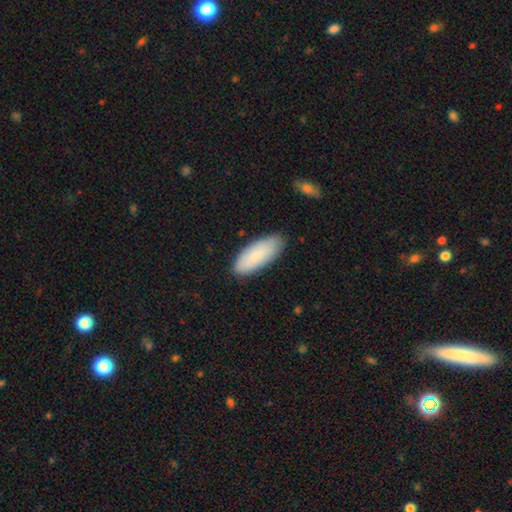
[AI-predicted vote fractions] Morphology: type=smooth (83%); roundness=in between (80%); merging=none (85%).